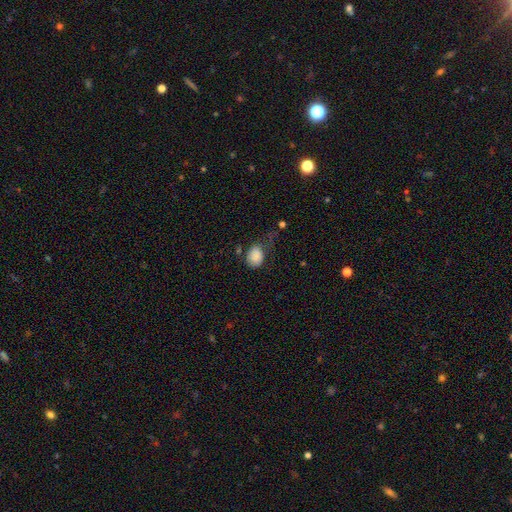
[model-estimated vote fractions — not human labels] smooth-or-featured: smooth: 86% | star or artifact: 8% | featured or disk: 6%
  how-rounded: in between: 60% | round: 39% | cigar-shaped: 1%
  merging: none: 40% | minor disturbance: 32% | major disturbance: 23% | merger: 5%